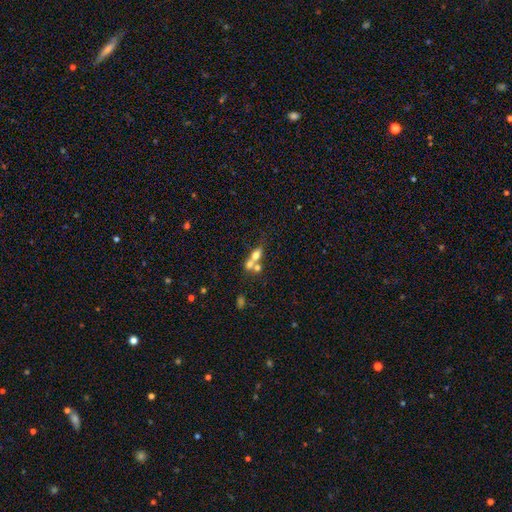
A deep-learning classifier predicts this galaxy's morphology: This appears to be a smooth galaxy with no disk features (61%) that is in between round and cigar-shaped (57%). Merging: merger (61%).